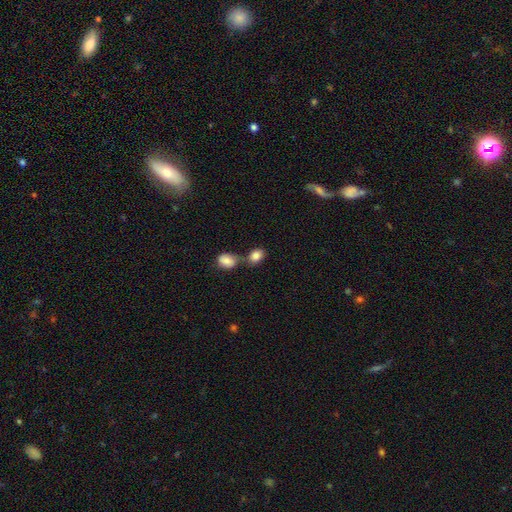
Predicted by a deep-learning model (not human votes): Smooth or featured? smooth (85%)
How rounded? in between (74%)
Merging? none (43%)